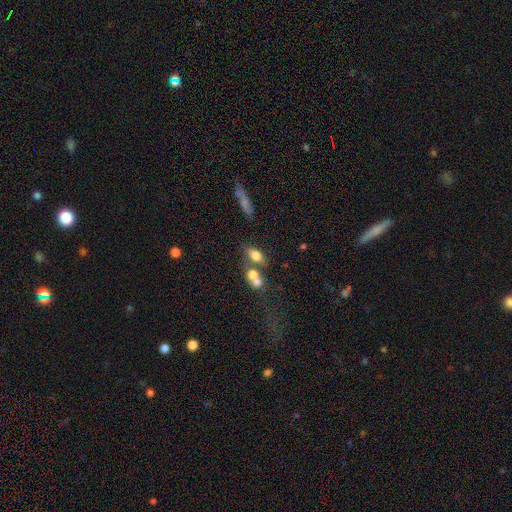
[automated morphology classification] Smooth or featured?
  - smooth: 69% *
  - featured or disk: 20%
  - star or artifact: 11%
How rounded?
  - in between: 73% *
  - round: 15%
  - cigar-shaped: 11%
Merging?
  - none: 47% *
  - merger: 35%
  - minor disturbance: 12%
  - major disturbance: 6%